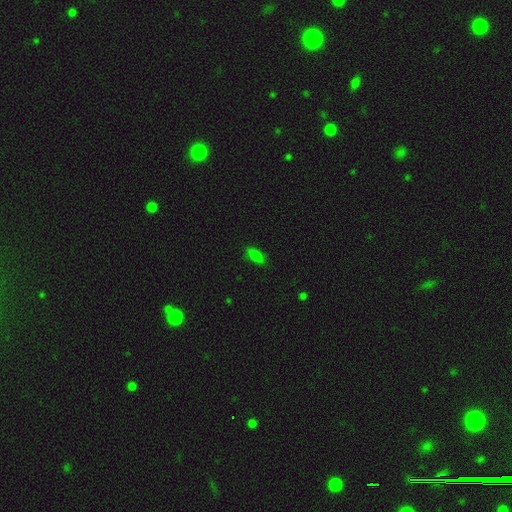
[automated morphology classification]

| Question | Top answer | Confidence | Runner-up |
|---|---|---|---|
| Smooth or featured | smooth | 76% | star or artifact (15%) |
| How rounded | in between | 79% | cigar-shaped (17%) |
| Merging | none | 83% | minor disturbance (13%) |